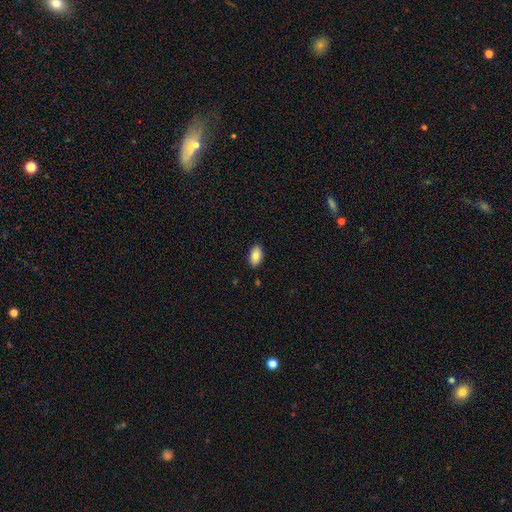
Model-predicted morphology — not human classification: A smooth galaxy with no disk features (85%) that is in between round and cigar-shaped (93%). Merging: none (88%).